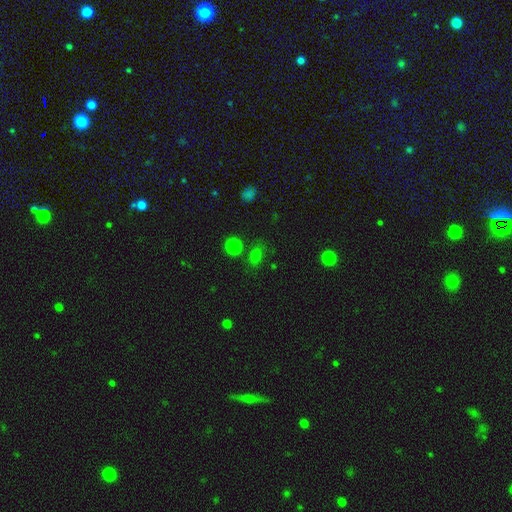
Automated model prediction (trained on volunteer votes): The model was most divided on "how rounded": in between: 56%, round: 42%, cigar-shaped: 3%. More confident: smooth or featured — smooth (75%); merging — none (73%).